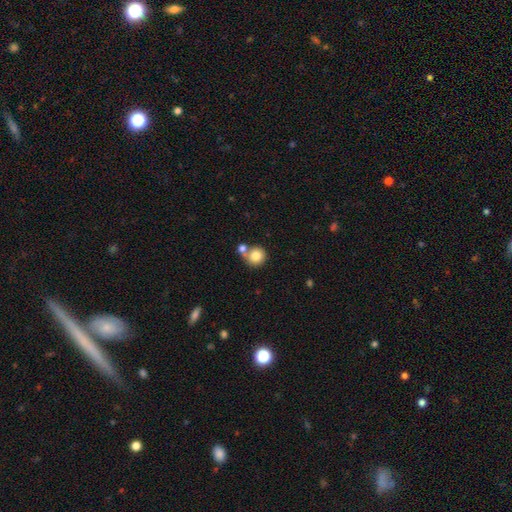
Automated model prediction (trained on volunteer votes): Q: Smooth or featured?
A: smooth (81%); runner-up: featured or disk (10%)
Q: How rounded?
A: round (89%); runner-up: in between (10%)
Q: Merging?
A: none (51%); runner-up: merger (36%)